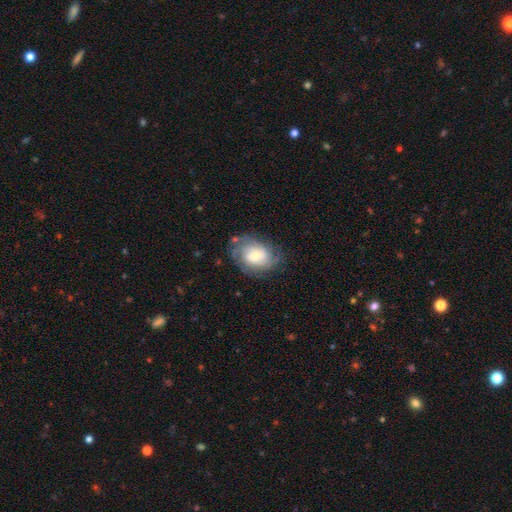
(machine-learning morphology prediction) smooth_or_featured: featured or disk (p=0.71) [alt: smooth p=0.22]
disk_edge_on: no (p=0.97) [alt: yes p=0.03]
bar: no (p=0.66) [alt: weak p=0.28]
has_spiral_arms: yes (p=0.90) [alt: no p=0.10]
spiral_winding: tight (p=0.59) [alt: medium p=0.31]
spiral_arm_count: can't tell (p=0.40) [alt: 2 p=0.18]
bulge_size: moderate (p=0.44) [alt: small p=0.43]
merging: none (p=0.70) [alt: minor disturbance p=0.19]